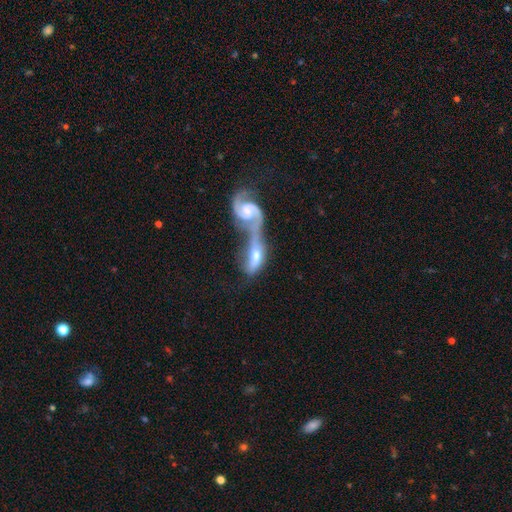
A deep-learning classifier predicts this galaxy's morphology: A featured or disk galaxy (68%) with no bar (48%), spiral arms (85%) and a moderate central bulge (46%). Merging: merger (78%).